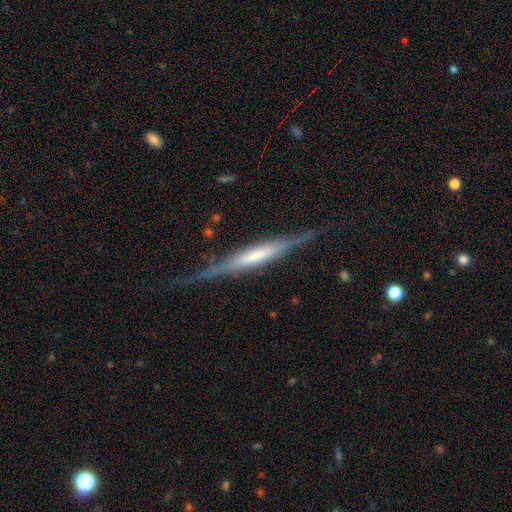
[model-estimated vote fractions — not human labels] smooth_or_featured: featured or disk (p=0.70) [alt: smooth p=0.25]
disk_edge_on: yes (p=0.95) [alt: no p=0.05]
edge_on_bulge: none (p=0.36) [alt: boxy p=0.34]
merging: none (p=0.75) [alt: minor disturbance p=0.18]